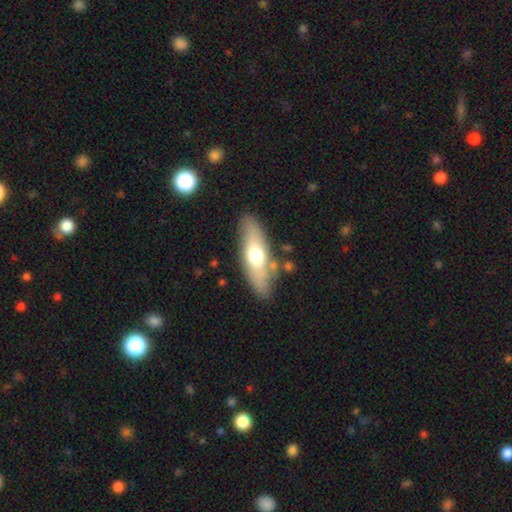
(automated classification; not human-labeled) Overall: smooth (56%; featured or disk 38%). How rounded: in between (52%; cigar-shaped 45%). Merging: none (79%).